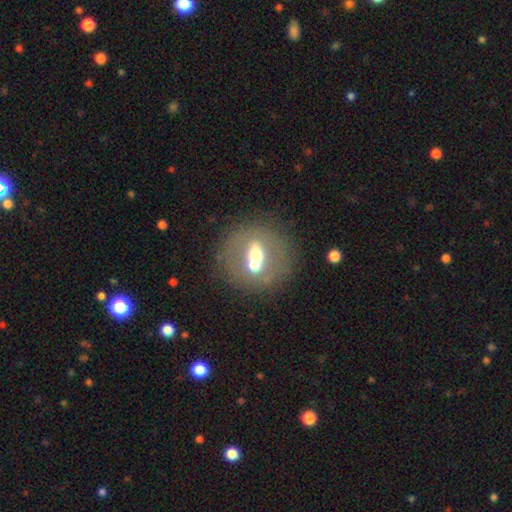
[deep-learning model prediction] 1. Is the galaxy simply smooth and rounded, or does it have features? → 52% featured or disk, 34% smooth, 14% star or artifact.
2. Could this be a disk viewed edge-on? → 71% no, 29% yes.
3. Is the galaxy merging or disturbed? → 69% none, 15% merger, 10% minor disturbance, 5% major disturbance.